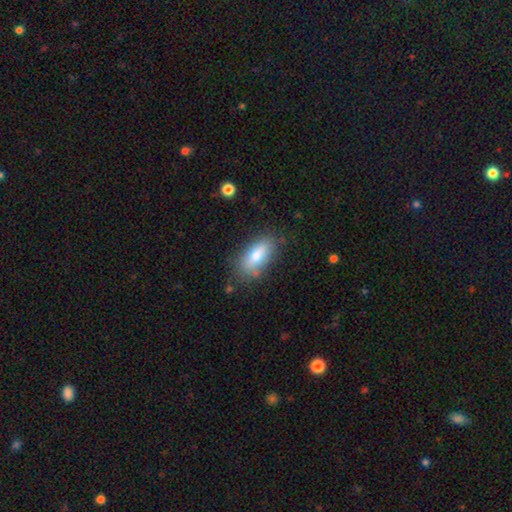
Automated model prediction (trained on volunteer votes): A smooth galaxy with no disk features (77%) that is in between round and cigar-shaped (84%).

Vote fractions:
- Smooth or featured? smooth: 77% / featured or disk: 16% / star or artifact: 7%
- How rounded? in between: 84% / cigar-shaped: 13% / round: 3%
- Merging? none: 78% / minor disturbance: 15% / major disturbance: 4% / merger: 2%